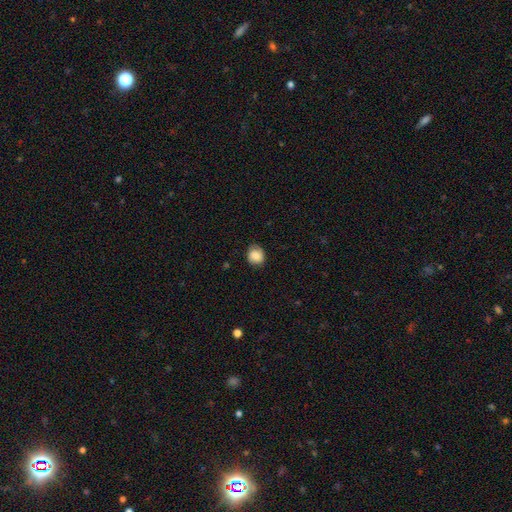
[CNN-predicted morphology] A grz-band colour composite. It shows a smooth galaxy with no disk features (83%) that is round (73%). Merging: none (77%).